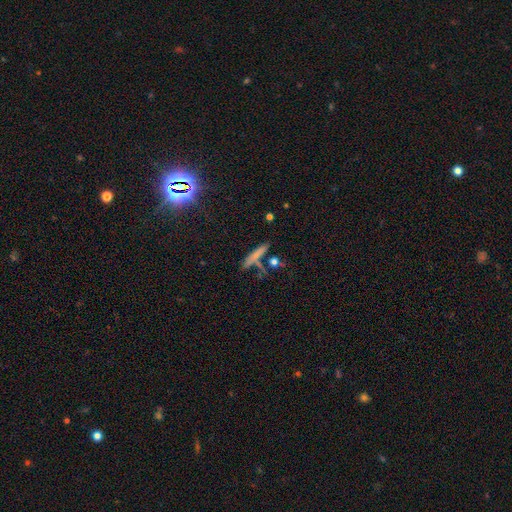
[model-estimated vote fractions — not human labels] Smooth or featured? Predicted: smooth (p=0.66). How rounded? Predicted: cigar-shaped (p=0.86). Merging? Predicted: none (p=0.64).